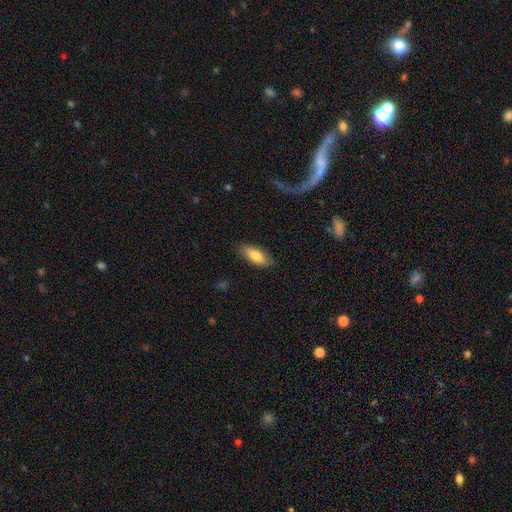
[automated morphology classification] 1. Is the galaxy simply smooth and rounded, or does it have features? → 79% smooth, 15% featured or disk, 6% star or artifact.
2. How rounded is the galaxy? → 75% in between, 23% cigar-shaped, 2% round.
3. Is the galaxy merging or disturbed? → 86% none, 10% minor disturbance, 2% major disturbance, 1% merger.